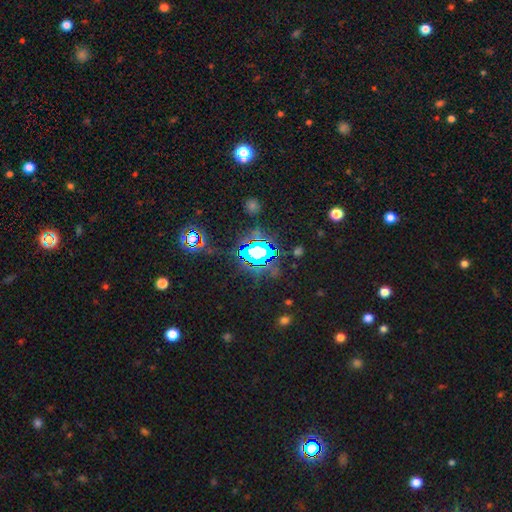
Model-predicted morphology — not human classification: star or artifact 71%, smooth 17%, featured or disk 12%.